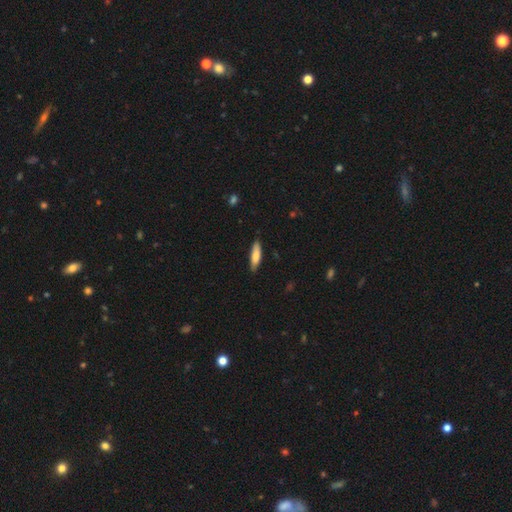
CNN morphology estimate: The model was most divided on "how rounded": cigar-shaped: 69%, in between: 30%, round: 1%. More confident: merging — none (84%); smooth or featured — smooth (80%).